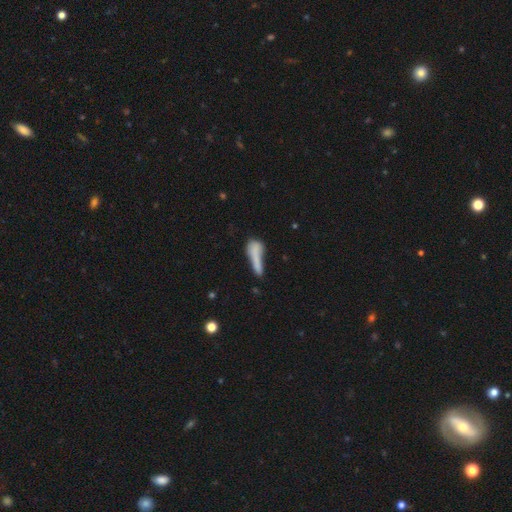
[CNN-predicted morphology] This appears to be a smooth galaxy with no disk features (71%) that is cigar-shaped (72%). Merging: none (34%).